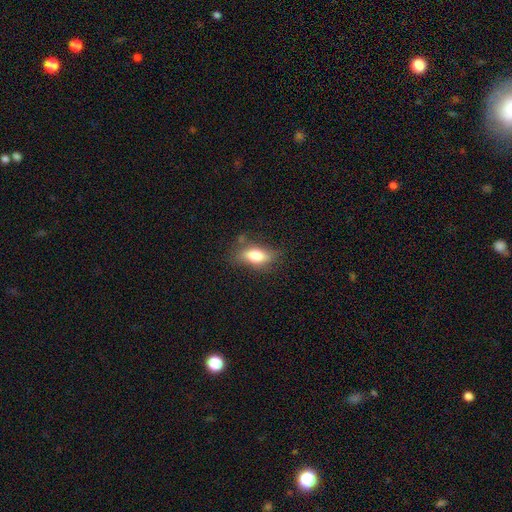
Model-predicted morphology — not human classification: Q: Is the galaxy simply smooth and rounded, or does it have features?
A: smooth — 71%.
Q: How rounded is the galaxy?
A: in between — 77%.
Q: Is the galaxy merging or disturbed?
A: none — 71%.